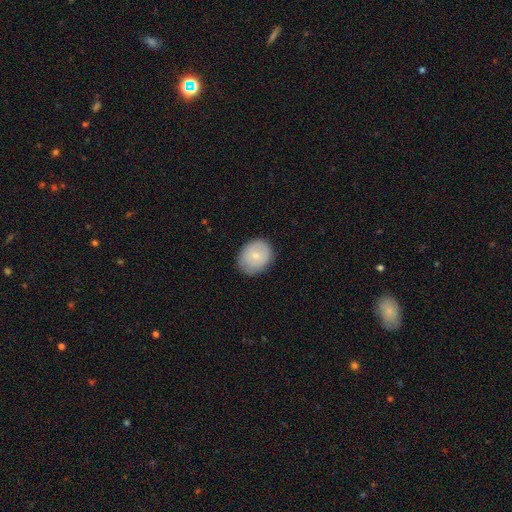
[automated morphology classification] Overall: smooth (73%). How rounded: round (58%; in between 42%). Merging: none (80%).